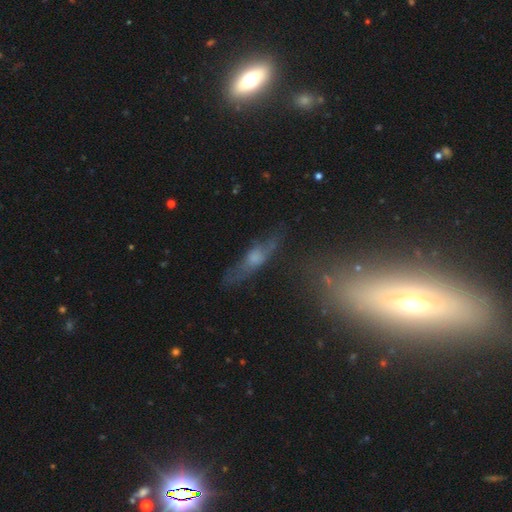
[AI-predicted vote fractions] This appears to be a featured or disk galaxy (50%) viewed edge-on (69%). Merging: none (68%).